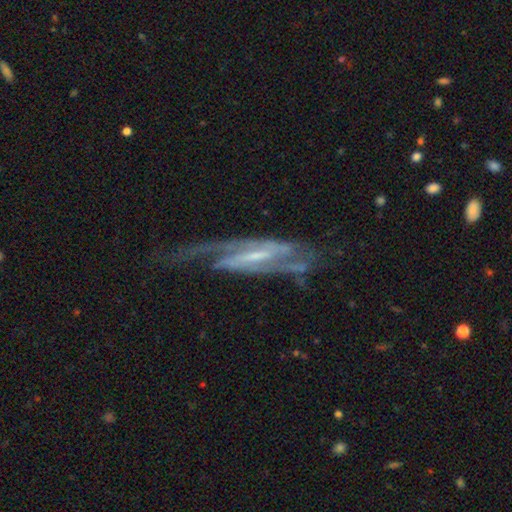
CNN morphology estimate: featured or disk 89%, smooth 6%, star or artifact 6%. Down the decision tree: edge-on disk — no (83%); bar — strong (51%); spiral arms — yes (96%); spiral arm count — 2 (82%); spiral winding — medium (50%); bulge size — small (61%); merging — none (64%).